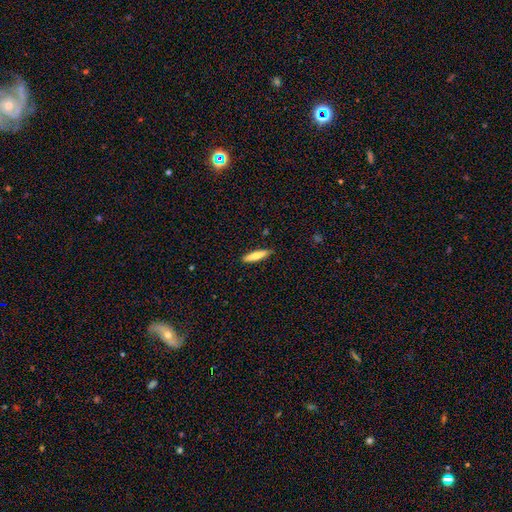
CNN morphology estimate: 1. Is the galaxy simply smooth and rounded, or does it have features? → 73% smooth, 22% featured or disk, 6% star or artifact.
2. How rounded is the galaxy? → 80% cigar-shaped, 18% in between, 2% round.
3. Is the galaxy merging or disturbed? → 88% none, 9% minor disturbance, 2% major disturbance, 1% merger.